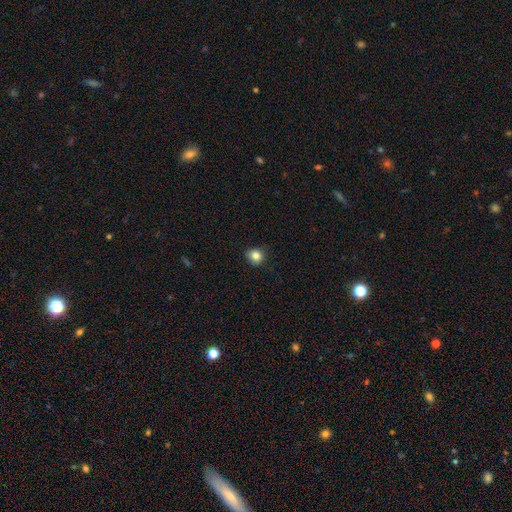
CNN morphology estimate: A smooth galaxy with no disk features (84%) that is round (85%). Merging: none (82%).